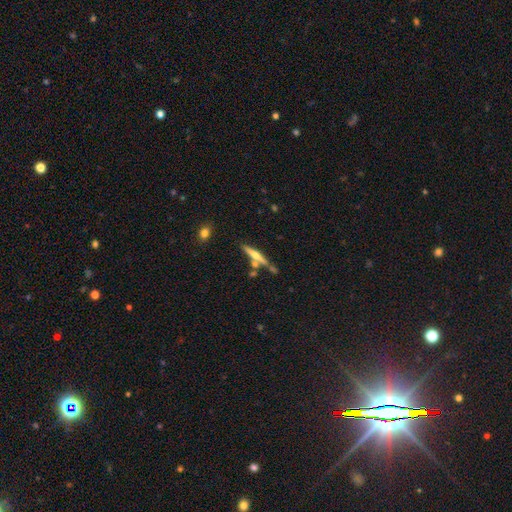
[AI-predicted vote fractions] This appears to be a featured or disk galaxy (61%) viewed edge-on (96%) with a rounded central bulge (79%). Merging: none (66%).